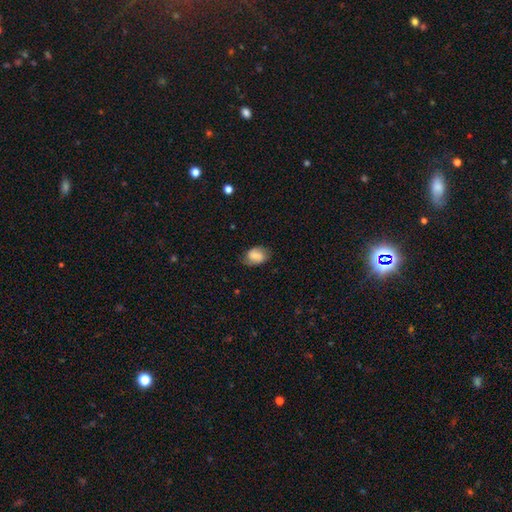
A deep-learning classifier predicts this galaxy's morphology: A smooth galaxy with no disk features (70%) that is in between round and cigar-shaped (79%). Merging: none (71%).